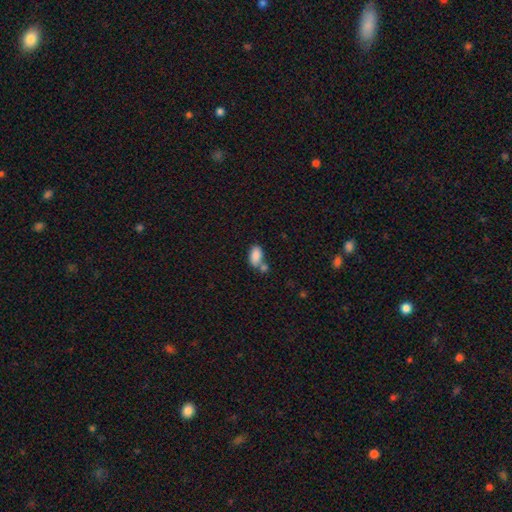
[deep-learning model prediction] Smooth or featured? smooth (85%)
How rounded? in between (92%)
Merging? none (43%)